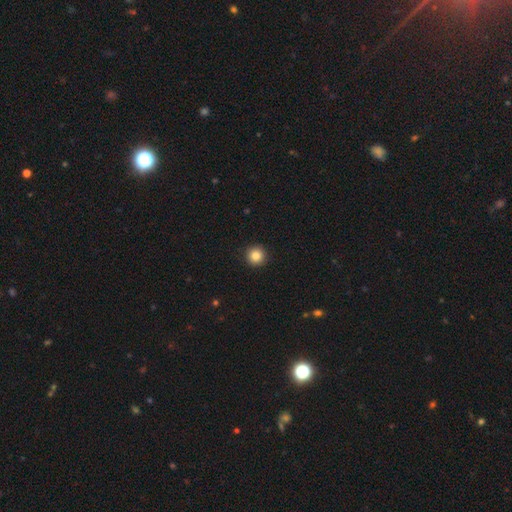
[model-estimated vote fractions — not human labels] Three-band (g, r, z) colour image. It shows a smooth galaxy with no disk features (84%) that is round (96%). Merging: none (93%).